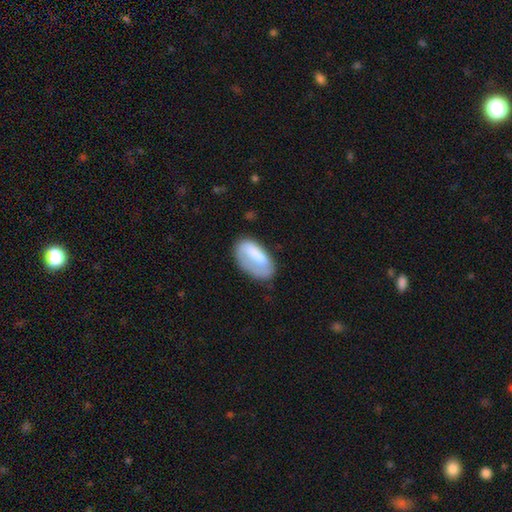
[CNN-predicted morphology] Overall: smooth (64%; featured or disk 29%). How rounded: in between (91%). Merging: none (51%; minor disturbance 28%).